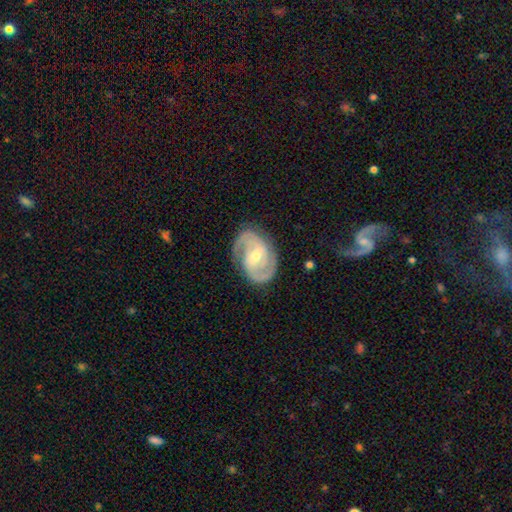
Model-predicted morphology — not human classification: Smooth or featured: featured or disk — 89% (smooth — 6%)
Edge-on disk: no — 97% (yes — 3%)
Bar: weak — 50% (strong — 26%)
Spiral arms: yes — 97% (no — 3%)
Spiral winding: tight — 47% (medium — 45%)
Spiral arm count: 2 — 81% (3 — 8%)
Bulge size: moderate — 50% (small — 47%)
Merging: none — 79% (minor disturbance — 15%)